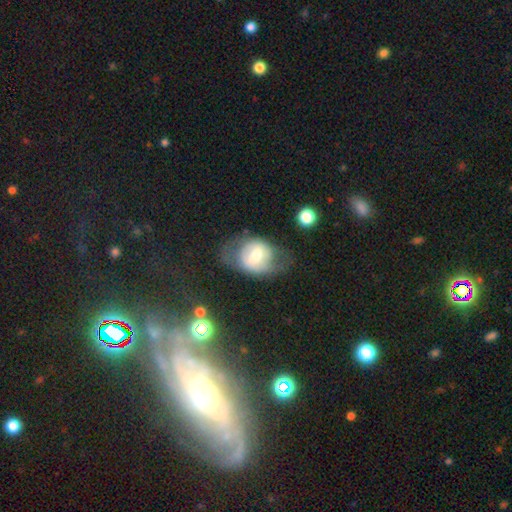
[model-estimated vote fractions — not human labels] featured or disk 49%, smooth 43%, star or artifact 8%. Down the decision tree: merging — none (50%).